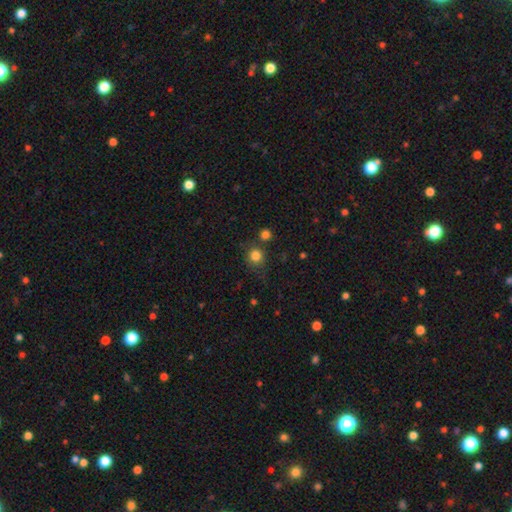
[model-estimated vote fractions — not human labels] Smooth or featured?
  - smooth: 82% *
  - star or artifact: 13%
  - featured or disk: 5%
How rounded?
  - round: 91% *
  - in between: 8%
  - cigar-shaped: 1%
Merging?
  - none: 75% *
  - merger: 11%
  - minor disturbance: 10%
  - major disturbance: 4%